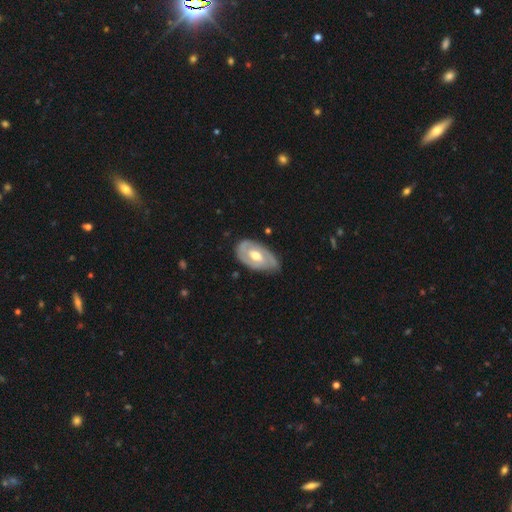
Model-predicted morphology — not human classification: smooth_or_featured: featured or disk (p=0.75) [alt: smooth p=0.21]
disk_edge_on: no (p=0.94) [alt: yes p=0.06]
bar: no (p=0.44) [alt: weak p=0.43]
has_spiral_arms: yes (p=0.80) [alt: no p=0.20]
spiral_winding: tight (p=0.55) [alt: medium p=0.33]
spiral_arm_count: 2 (p=0.63) [alt: can't tell p=0.21]
bulge_size: moderate (p=0.76) [alt: small p=0.14]
merging: none (p=0.67) [alt: minor disturbance p=0.25]